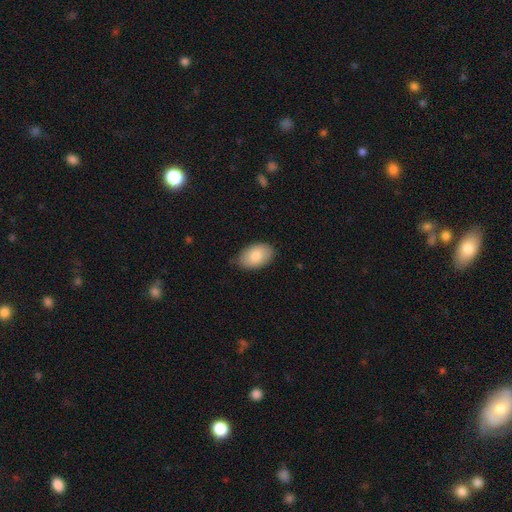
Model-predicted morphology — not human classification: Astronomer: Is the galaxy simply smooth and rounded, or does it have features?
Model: smooth — 81%.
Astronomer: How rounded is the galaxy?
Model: in between — 91%.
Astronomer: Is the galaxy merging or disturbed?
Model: none — 79%.